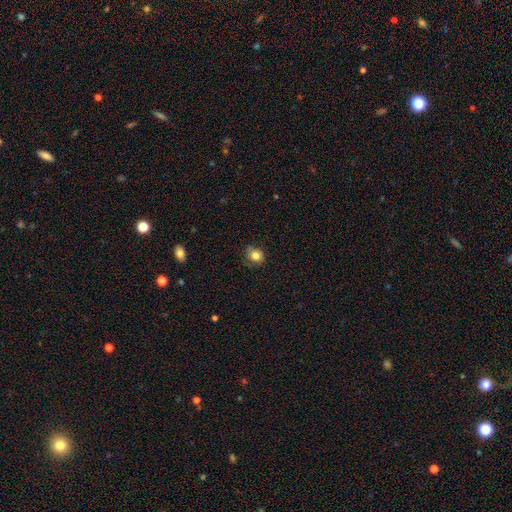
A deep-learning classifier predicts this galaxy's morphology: Smooth or featured?
  - smooth: 80% *
  - star or artifact: 11%
  - featured or disk: 8%
How rounded?
  - round: 71% *
  - in between: 28%
  - cigar-shaped: 1%
Merging?
  - none: 61% *
  - minor disturbance: 29%
  - major disturbance: 8%
  - merger: 2%